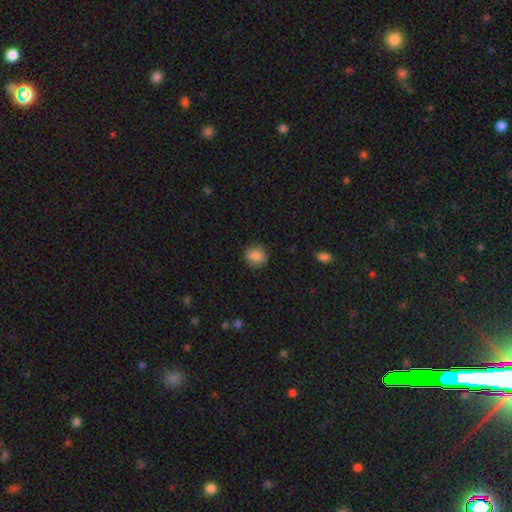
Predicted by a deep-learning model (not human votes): smooth 86%, star or artifact 9%, featured or disk 5%. Down the decision tree: how rounded — round (73%); merging — none (88%).